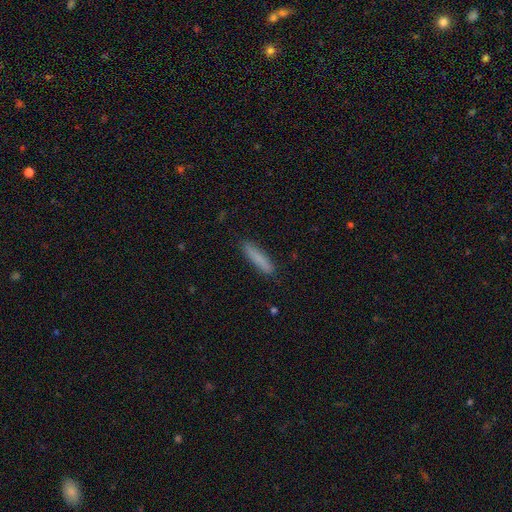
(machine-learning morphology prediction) This is clearly a smooth galaxy (83%). How rounded: clearly cigar-shaped (87%). Merging: clearly none (88%).